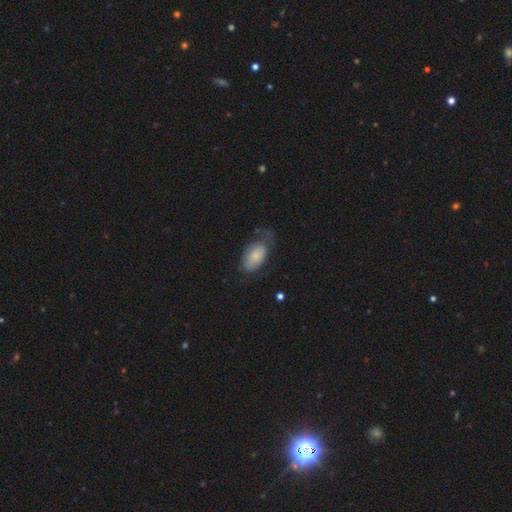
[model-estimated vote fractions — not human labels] Morphology: type=smooth (71%); roundness=in between (93%); merging=none (38%).